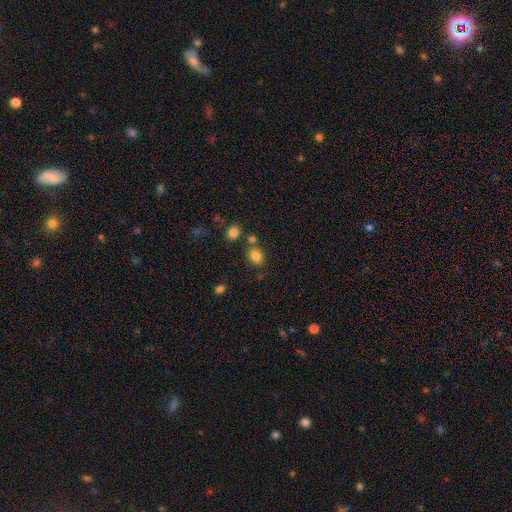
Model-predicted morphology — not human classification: The model was most divided on "how rounded": in between: 56%, round: 43%, cigar-shaped: 1%. More confident: smooth or featured — smooth (83%); merging — none (72%).